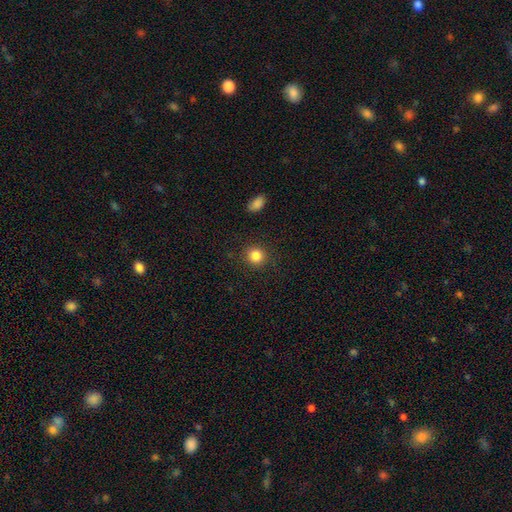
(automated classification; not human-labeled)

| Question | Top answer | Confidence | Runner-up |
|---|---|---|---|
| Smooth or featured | smooth | 85% | star or artifact (10%) |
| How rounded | round | 89% | in between (10%) |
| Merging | none | 90% | minor disturbance (7%) |